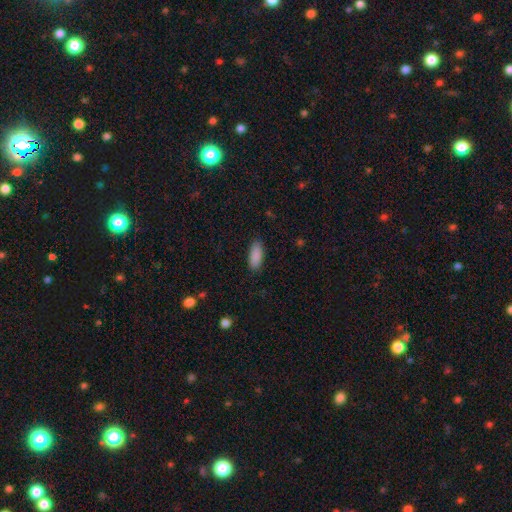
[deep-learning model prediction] smooth-or-featured: smooth: 89% | star or artifact: 7% | featured or disk: 4%
  how-rounded: in between: 79% | cigar-shaped: 19% | round: 2%
  merging: none: 87% | minor disturbance: 9% | major disturbance: 2% | merger: 1%